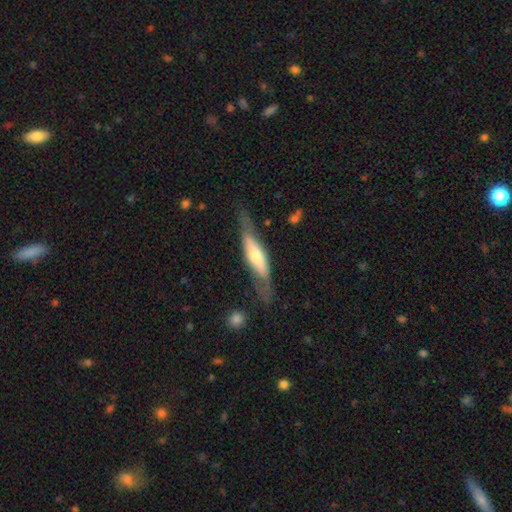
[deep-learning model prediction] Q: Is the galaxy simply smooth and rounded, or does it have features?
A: featured or disk — 56%.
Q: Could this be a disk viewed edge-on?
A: yes — 69%.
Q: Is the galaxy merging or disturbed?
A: none — 68%.